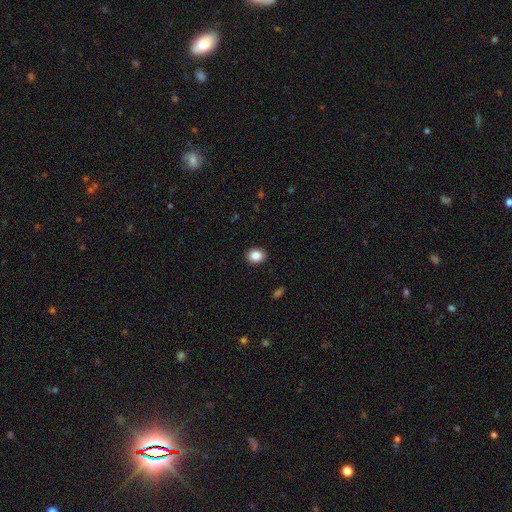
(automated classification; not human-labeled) This appears to be a smooth galaxy with no disk features (87%) that is round (60%). Merging: none (91%).